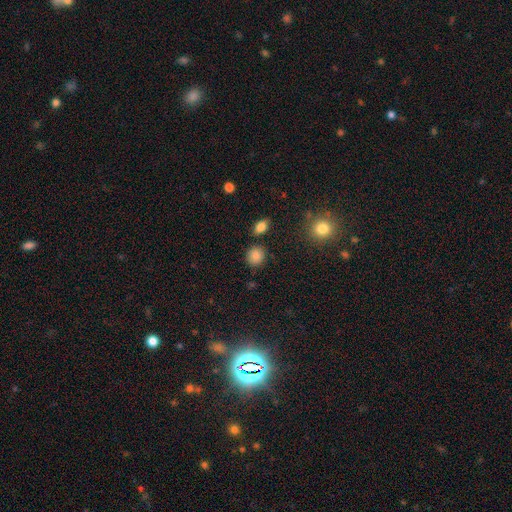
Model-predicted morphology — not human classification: A smooth galaxy with no disk features (84%) that is round (80%). Merging: none (84%).